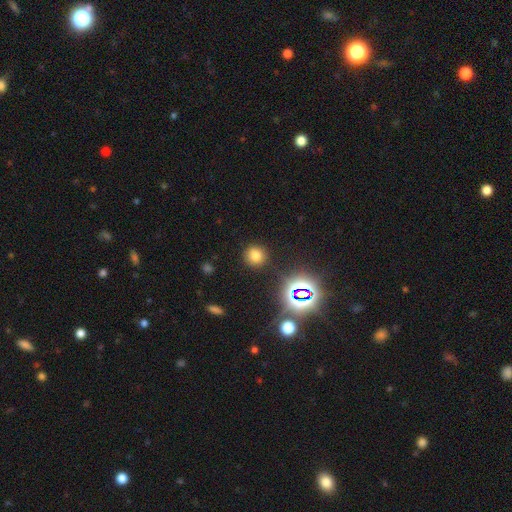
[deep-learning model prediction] This appears to be a smooth galaxy with no disk features (70%) that is round (90%). Merging: none (88%).